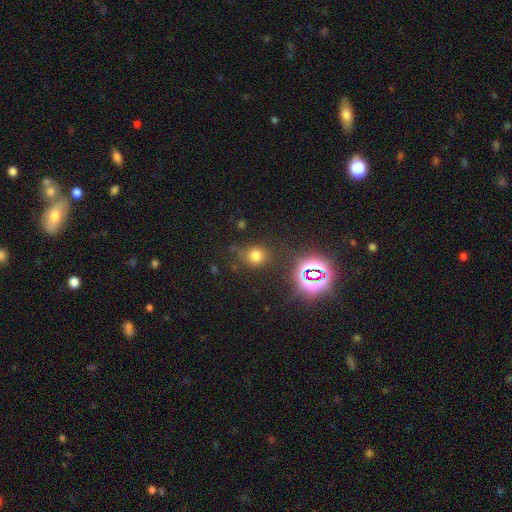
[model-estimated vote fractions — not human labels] A smooth galaxy with no disk features (67%) that is round (80%).

Vote fractions:
- Smooth or featured? smooth: 67% / star or artifact: 25% / featured or disk: 8%
- How rounded? round: 80% / in between: 19% / cigar-shaped: 1%
- Merging? none: 72% / minor disturbance: 16% / major disturbance: 7% / merger: 5%